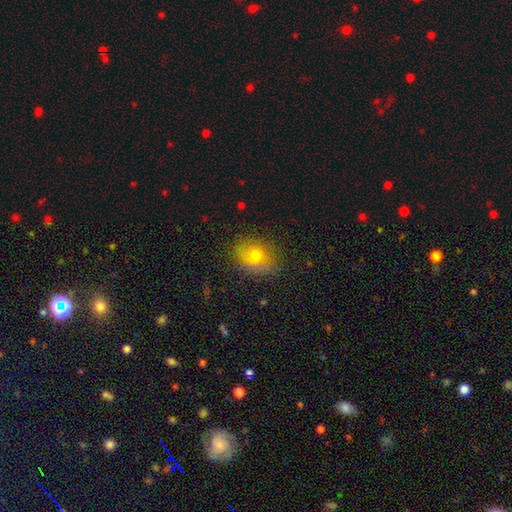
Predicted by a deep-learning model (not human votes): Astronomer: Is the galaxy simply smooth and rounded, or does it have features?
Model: smooth — 62%.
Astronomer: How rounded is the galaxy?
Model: round — 51% (runner-up: in between, 48%).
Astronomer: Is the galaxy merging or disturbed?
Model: none — 73%.